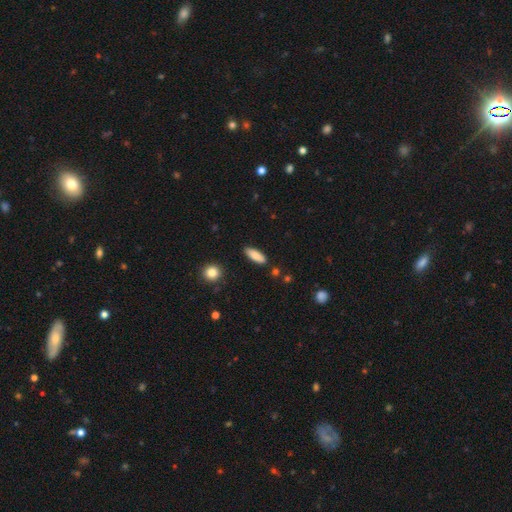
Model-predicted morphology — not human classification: Smooth or featured? Predicted: smooth (p=0.83). How rounded? Predicted: in between (p=0.66). Merging? Predicted: none (p=0.86).